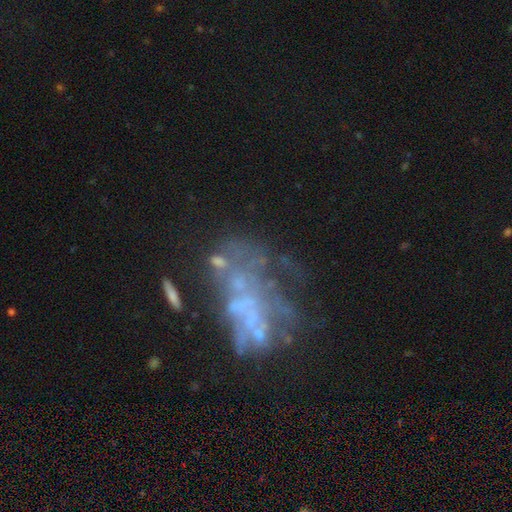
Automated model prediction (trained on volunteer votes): Morphology: type=featured or disk (61%); edge-on=no (97%); bar=no (91%); spiral arms=no (89%); bulge=none (81%); merging=major disturbance (36%).